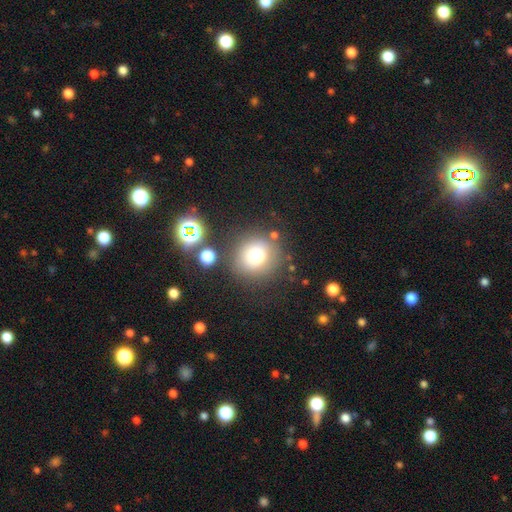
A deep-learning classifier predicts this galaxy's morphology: Overall: smooth (73%). How rounded: round (90%). Merging: none (78%).